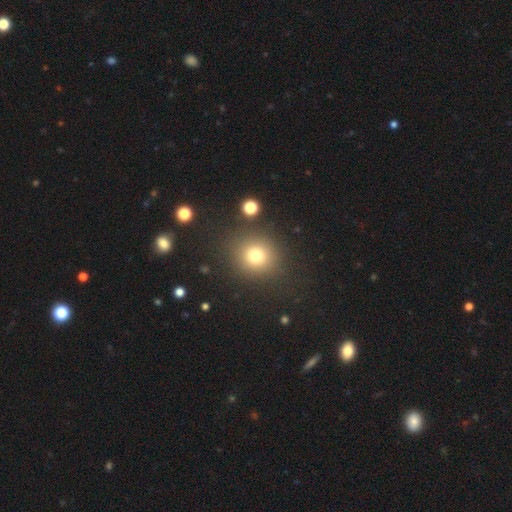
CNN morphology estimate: Smooth or featured? Predicted: smooth (p=0.76). How rounded? Predicted: round (p=0.87). Merging? Predicted: none (p=0.84).